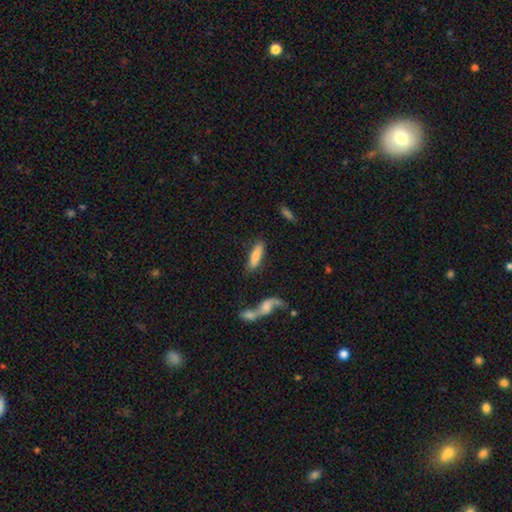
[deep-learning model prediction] Q: Smooth or featured?
A: smooth (73%); runner-up: featured or disk (21%)
Q: How rounded?
A: cigar-shaped (64%); runner-up: in between (34%)
Q: Merging?
A: none (74%); runner-up: minor disturbance (13%)